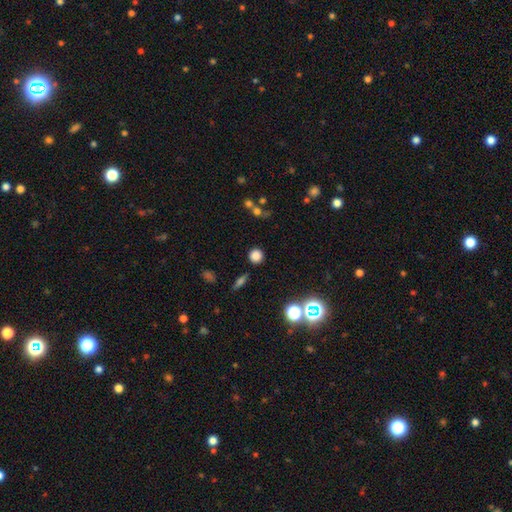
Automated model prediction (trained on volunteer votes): A smooth galaxy with no disk features (77%) that is round (91%).

Vote fractions:
- Smooth or featured? smooth: 77% / star or artifact: 16% / featured or disk: 7%
- How rounded? round: 91% / in between: 8% / cigar-shaped: 2%
- Merging? none: 84% / minor disturbance: 8% / merger: 5% / major disturbance: 3%